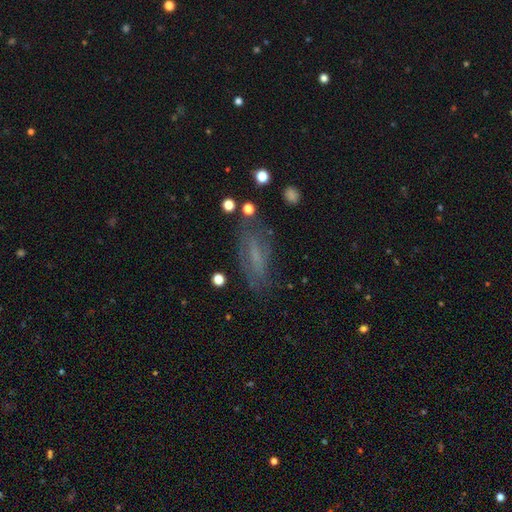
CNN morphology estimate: A featured or disk galaxy (47%). Merging: none (68%).